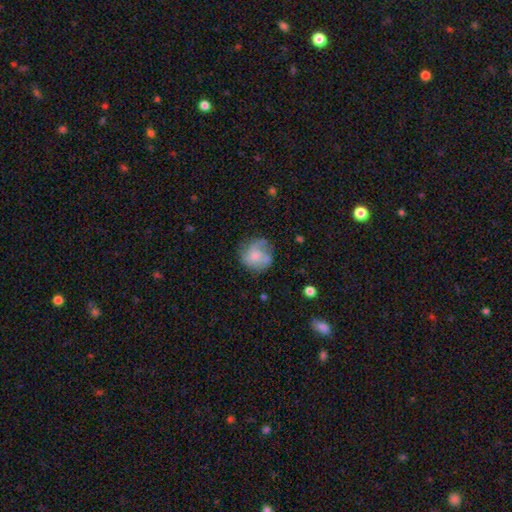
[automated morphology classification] Smooth or featured: smooth — 49% (featured or disk — 43%)
Merging: none — 61% (minor disturbance — 23%)